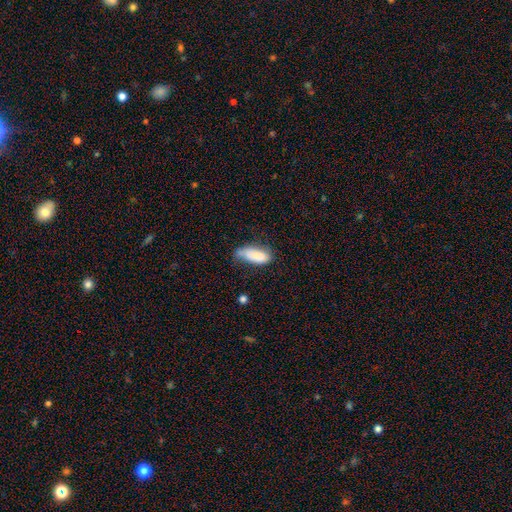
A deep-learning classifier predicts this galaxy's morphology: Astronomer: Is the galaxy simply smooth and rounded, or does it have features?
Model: smooth — 81%.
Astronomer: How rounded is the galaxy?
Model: in between — 85%.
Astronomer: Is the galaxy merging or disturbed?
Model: none — 40% (runner-up: minor disturbance, 38%).